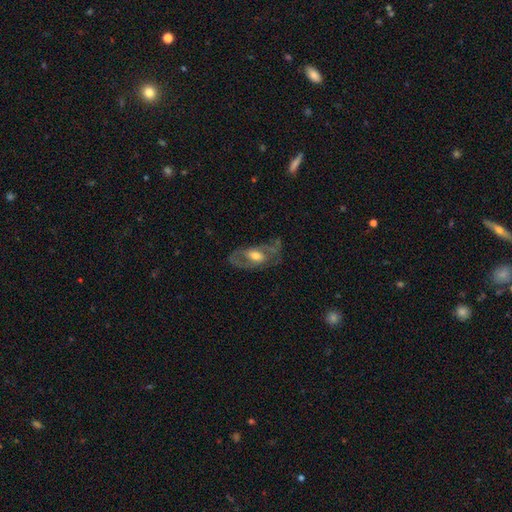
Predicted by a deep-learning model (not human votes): Smooth or featured? featured or disk (64%)
Edge-on disk? no (87%)
Bar? no (51%)
Spiral arms? yes (51%)
Bulge size? moderate (62%)
Merging? none (57%)